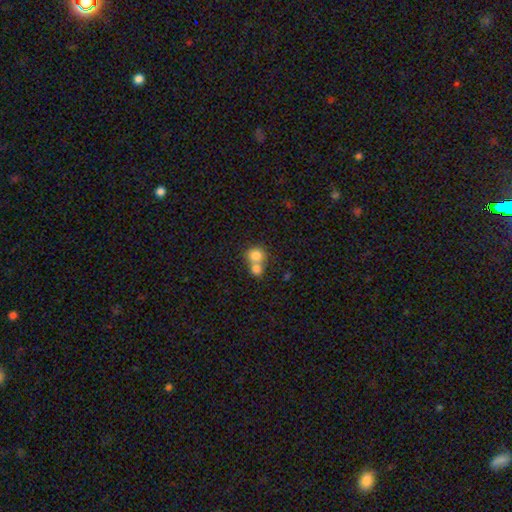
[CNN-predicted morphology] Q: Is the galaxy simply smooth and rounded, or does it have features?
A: smooth — 80%.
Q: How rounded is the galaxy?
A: round — 81%.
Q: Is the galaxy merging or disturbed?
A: merger — 58%.